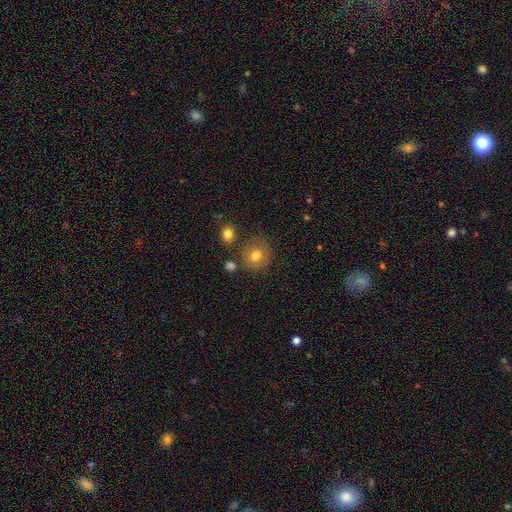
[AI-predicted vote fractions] The model was most divided on "merging": none: 74%, minor disturbance: 15%, merger: 7%, major disturbance: 5%. More confident: how rounded — round (83%); smooth or featured — smooth (77%).